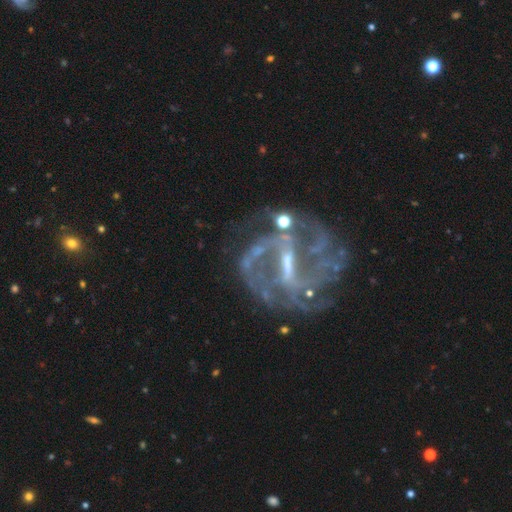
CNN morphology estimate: smooth_or_featured: featured or disk (p=0.87) [alt: star or artifact p=0.08]
disk_edge_on: no (p=0.97) [alt: yes p=0.03]
bar: strong (p=0.47) [alt: weak p=0.41]
has_spiral_arms: yes (p=0.91) [alt: no p=0.09]
spiral_winding: medium (p=0.48) [alt: tight p=0.31]
spiral_arm_count: 2 (p=0.30) [alt: can't tell p=0.23]
bulge_size: small (p=0.47) [alt: moderate p=0.26]
merging: none (p=0.60) [alt: major disturbance p=0.18]